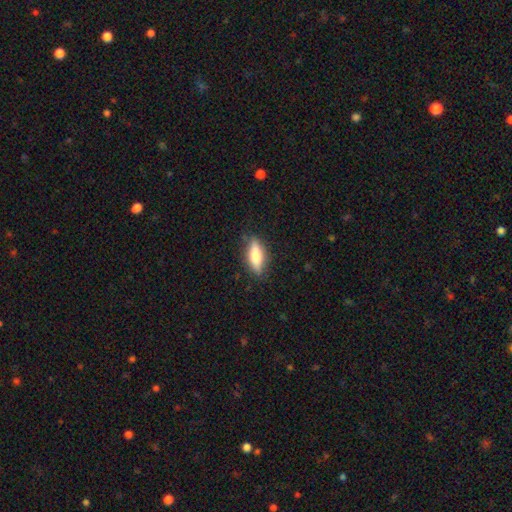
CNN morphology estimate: A smooth galaxy with no disk features (65%) that is in between round and cigar-shaped (55%).

Vote fractions:
- Smooth or featured? smooth: 65% / featured or disk: 28% / star or artifact: 6%
- How rounded? in between: 55% / cigar-shaped: 43% / round: 3%
- Merging? none: 83% / minor disturbance: 13% / major disturbance: 3% / merger: 1%